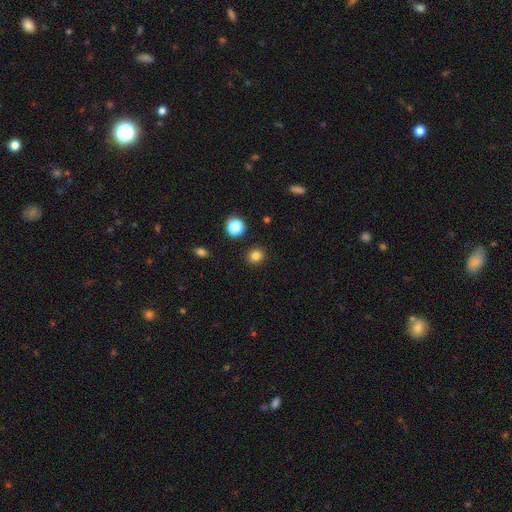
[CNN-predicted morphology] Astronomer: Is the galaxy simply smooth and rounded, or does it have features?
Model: smooth — 82%.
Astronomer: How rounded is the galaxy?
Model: round — 82%.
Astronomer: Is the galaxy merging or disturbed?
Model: none — 91%.